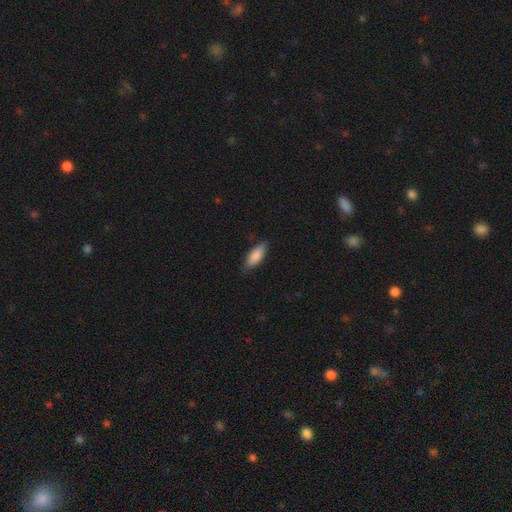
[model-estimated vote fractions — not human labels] Q: Smooth or featured?
A: smooth (86%); runner-up: featured or disk (8%)
Q: How rounded?
A: in between (72%); runner-up: cigar-shaped (26%)
Q: Merging?
A: none (80%); runner-up: minor disturbance (16%)